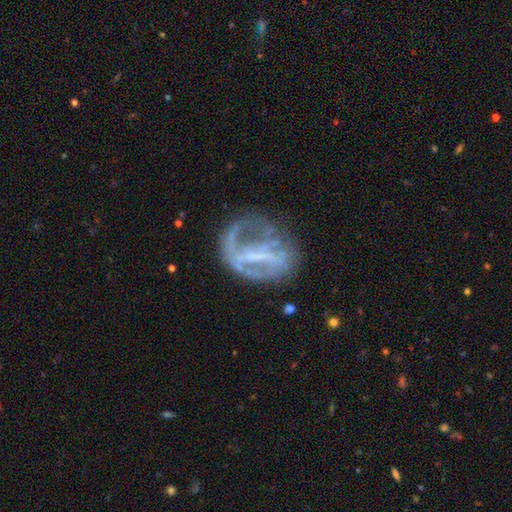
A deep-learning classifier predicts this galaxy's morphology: smooth-or-featured: featured or disk: 69% | smooth: 19% | star or artifact: 12%
  disk-edge-on: no: 95% | yes: 5%
    bar: strong: 47% | weak: 28% | no: 25%
    has-spiral-arms: no: 60% | yes: 40%
    bulge-size: none: 53% | small: 28% | moderate: 14% | large: 3% | dominant: 1%
  merging: none: 40% | major disturbance: 34% | minor disturbance: 21% | merger: 4%